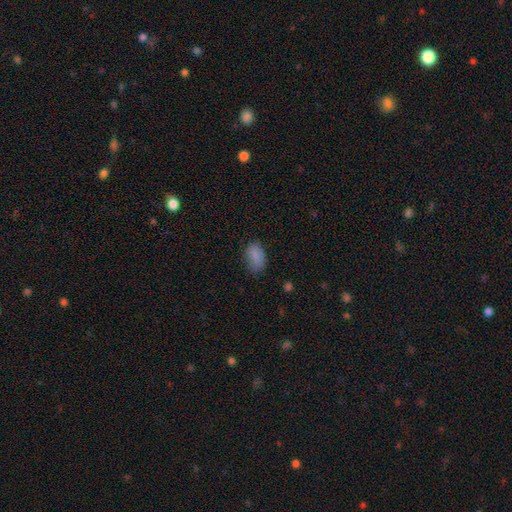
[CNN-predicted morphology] This is clearly a smooth galaxy (86%). How rounded: clearly in between (91%). Merging: likely none (74%).